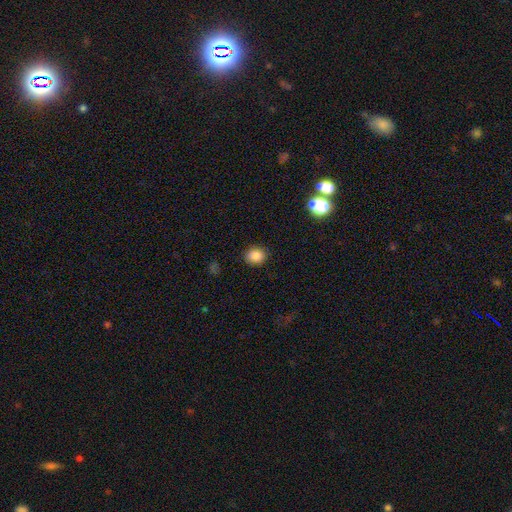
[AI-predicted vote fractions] smooth 86%, star or artifact 11%, featured or disk 4%. Down the decision tree: how rounded — round (70%); merging — none (88%).